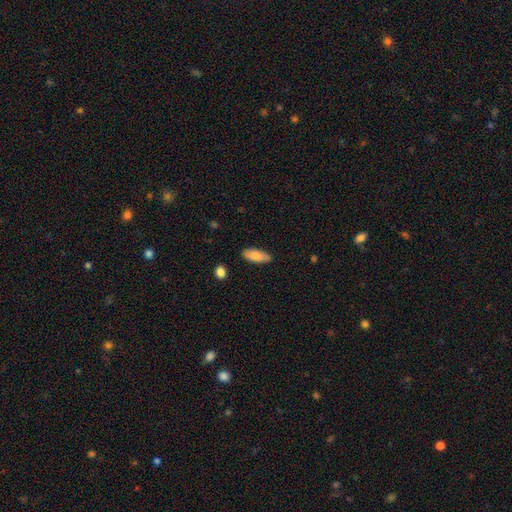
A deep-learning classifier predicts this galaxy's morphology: Smooth or featured?
  - smooth: 84% *
  - featured or disk: 10%
  - star or artifact: 6%
How rounded?
  - in between: 74% *
  - cigar-shaped: 24%
  - round: 2%
Merging?
  - none: 86% *
  - minor disturbance: 11%
  - major disturbance: 2%
  - merger: 1%